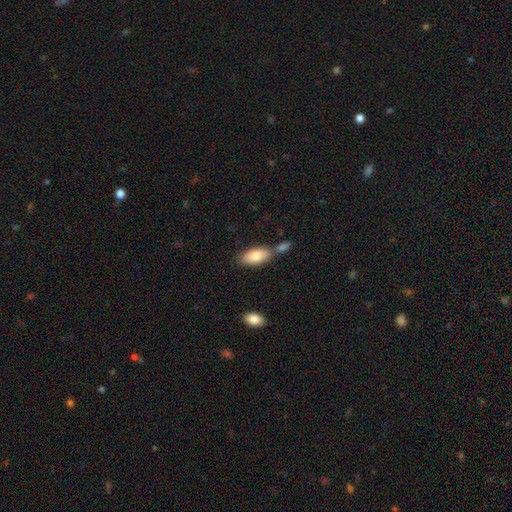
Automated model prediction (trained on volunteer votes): This is likely a smooth galaxy (79%). How rounded: clearly in between (89%). Merging: possibly none (54%).